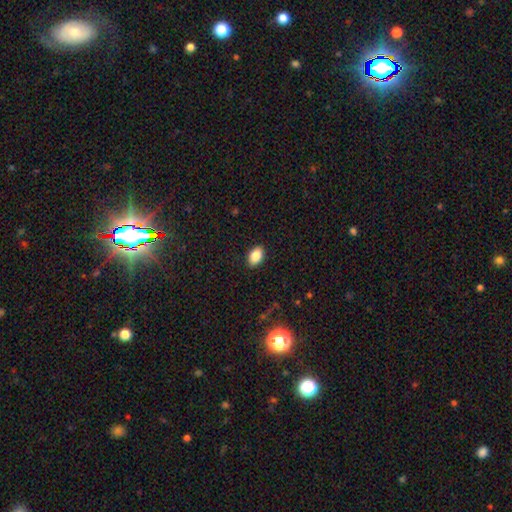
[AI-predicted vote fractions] Q: Smooth or featured?
A: smooth (85%); runner-up: star or artifact (9%)
Q: How rounded?
A: in between (88%); runner-up: round (11%)
Q: Merging?
A: none (89%); runner-up: minor disturbance (8%)